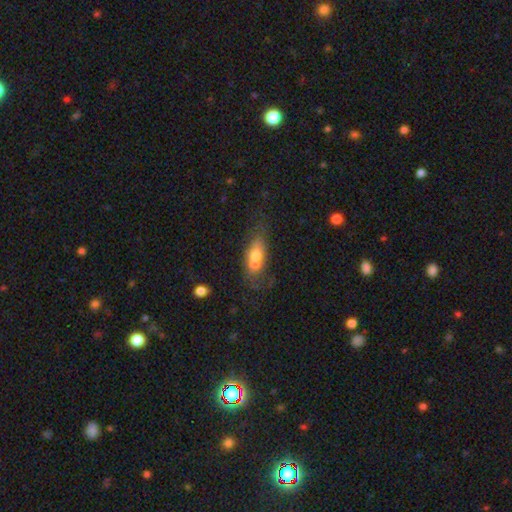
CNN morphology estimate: Smooth or featured? smooth (59%)
How rounded? in between (70%)
Merging? merger (50%)